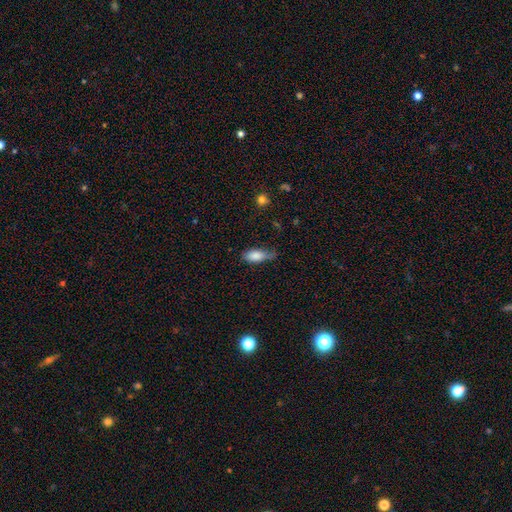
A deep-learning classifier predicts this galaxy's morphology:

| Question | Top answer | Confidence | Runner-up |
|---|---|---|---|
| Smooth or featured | smooth | 83% | featured or disk (10%) |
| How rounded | in between | 85% | cigar-shaped (11%) |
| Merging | none | 42% | minor disturbance (40%) |